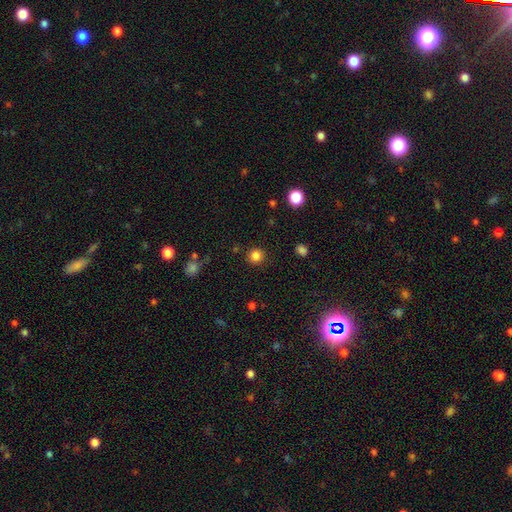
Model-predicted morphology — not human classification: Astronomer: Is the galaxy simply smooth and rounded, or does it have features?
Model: smooth — 84%.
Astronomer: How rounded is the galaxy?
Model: round — 93%.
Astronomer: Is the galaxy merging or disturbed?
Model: none — 90%.